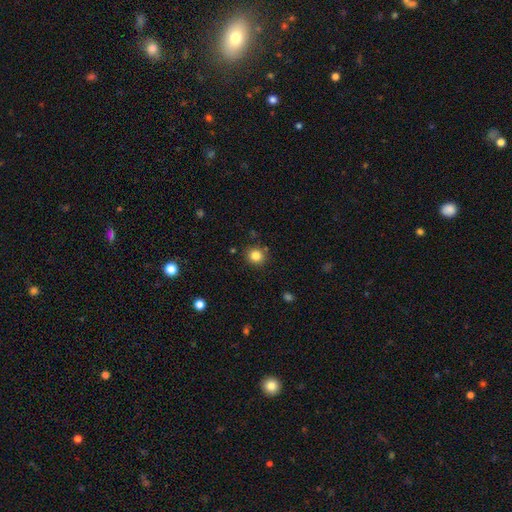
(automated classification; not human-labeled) Smooth or featured? smooth (83%)
How rounded? round (87%)
Merging? none (85%)